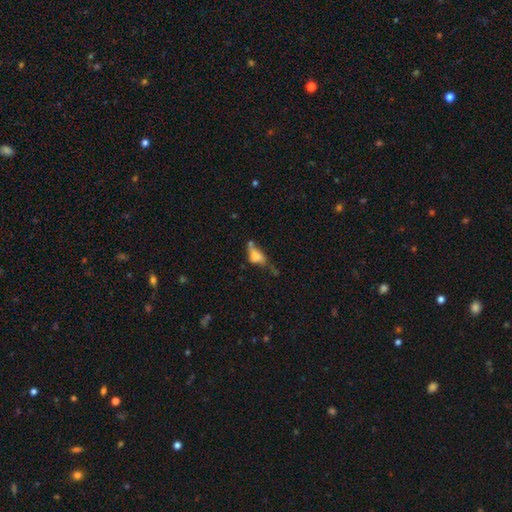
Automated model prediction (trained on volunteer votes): This appears to be a smooth galaxy with no disk features (63%) that is in between round and cigar-shaped (80%). Merging: major disturbance (27%).